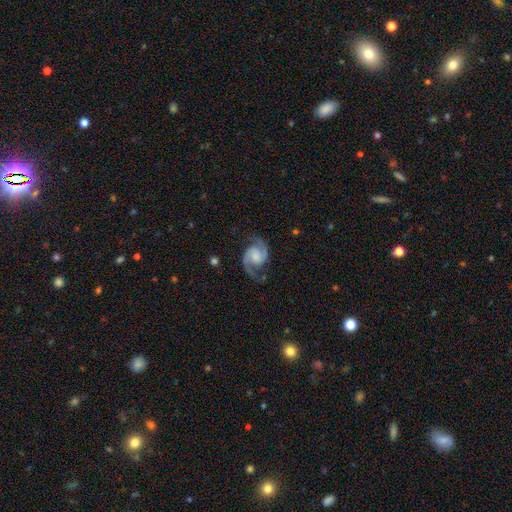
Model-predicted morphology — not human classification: Overall: featured or disk (92%). Edge-on disk: no (98%). Bar: no (55%; weak 36%). Spiral arms: yes (98%). Spiral arm count: 2 (94%). Spiral winding: medium (61%). Bulge size: small (33%; moderate 28%). Merging: none (80%).